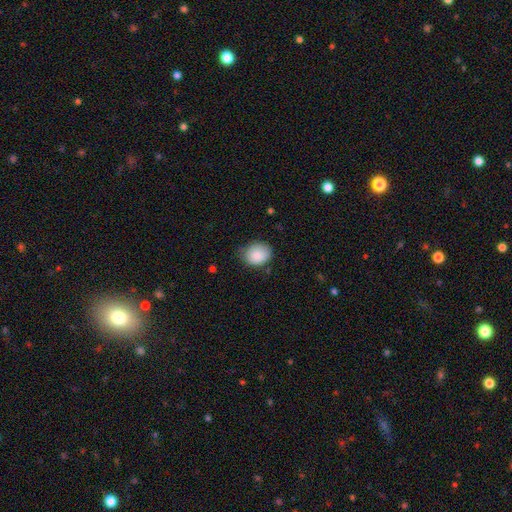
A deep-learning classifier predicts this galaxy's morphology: This is clearly a smooth galaxy (87%). How rounded: possibly round (58%). Merging: likely none (67%).